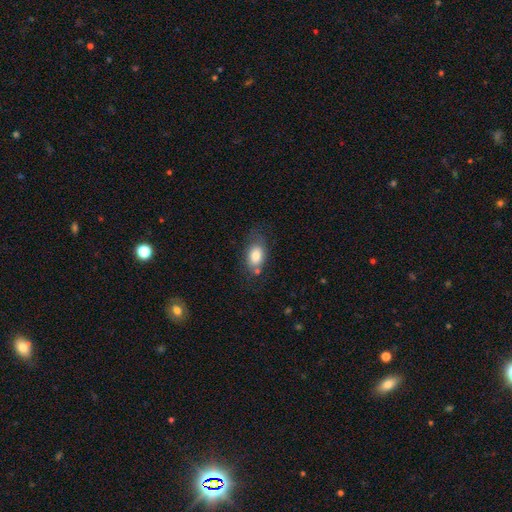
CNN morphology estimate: A smooth galaxy with no disk features (80%) that is in between round and cigar-shaped (88%). Merging: none (62%).